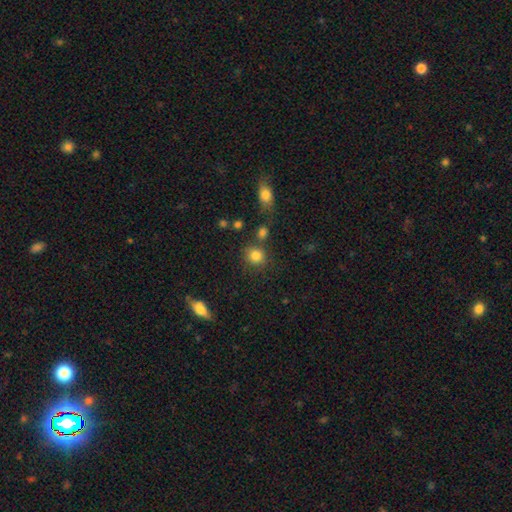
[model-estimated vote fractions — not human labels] Overall: smooth (83%). How rounded: round (84%). Merging: none (73%).